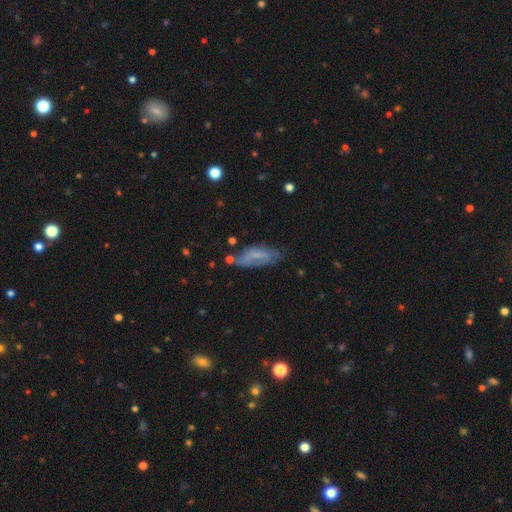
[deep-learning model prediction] Smooth or featured: smooth — 49% (featured or disk — 41%)
Merging: none — 48% (minor disturbance — 30%)